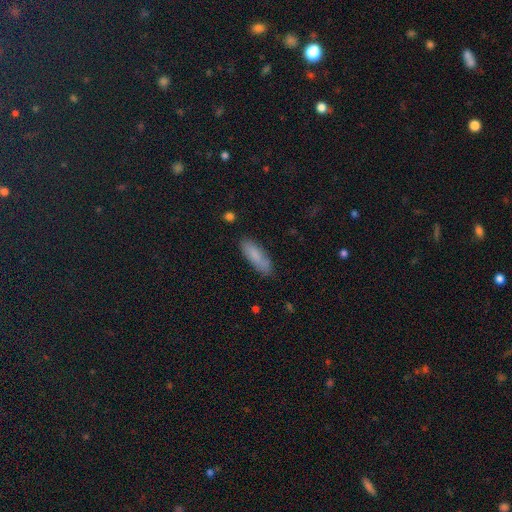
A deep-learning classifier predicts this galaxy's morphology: smooth_or_featured: smooth (p=0.82) [alt: featured or disk p=0.11]
how_rounded: in between (p=0.53) [alt: cigar-shaped p=0.45]
merging: none (p=0.81) [alt: minor disturbance p=0.14]